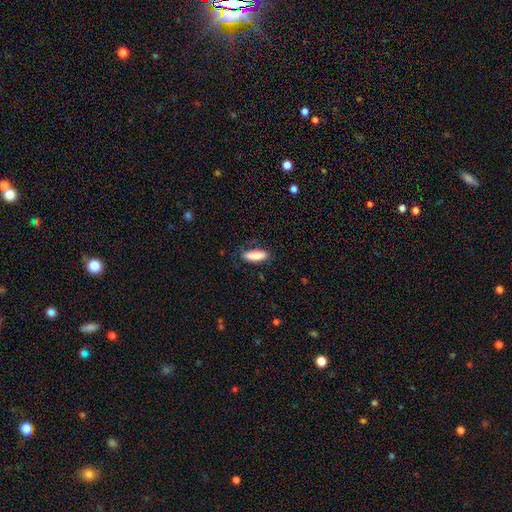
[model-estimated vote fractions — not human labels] The model was most divided on "how rounded": in between: 68%, cigar-shaped: 31%, round: 2%. More confident: smooth or featured — smooth (84%); merging — none (76%).